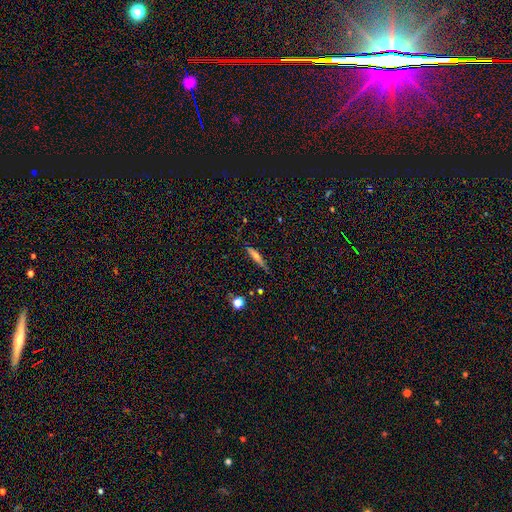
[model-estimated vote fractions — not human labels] This appears to be a smooth galaxy with no disk features (49%). Merging: none (79%).